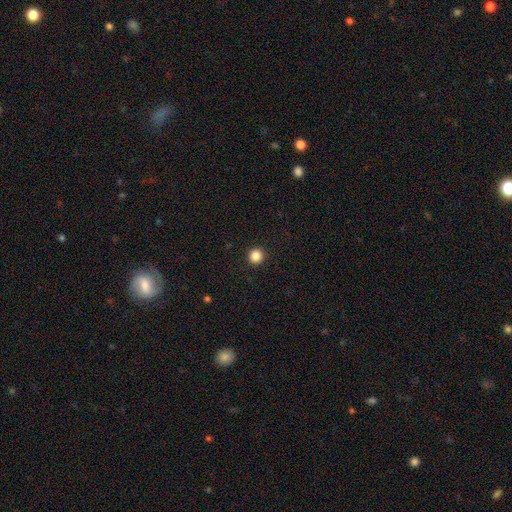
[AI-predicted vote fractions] A smooth galaxy with no disk features (86%) that is round (96%).

Vote fractions:
- Smooth or featured? smooth: 86% / star or artifact: 11% / featured or disk: 3%
- How rounded? round: 96% / in between: 4% / cigar-shaped: 1%
- Merging? none: 94% / minor disturbance: 4% / major disturbance: 1% / merger: 1%